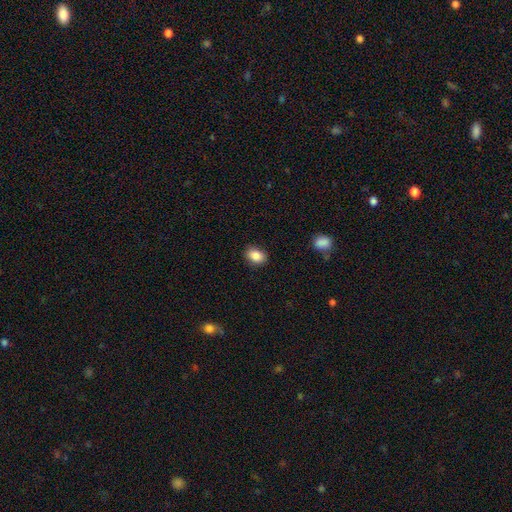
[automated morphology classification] A smooth galaxy with no disk features (87%) that is in between round and cigar-shaped (78%).

Vote fractions:
- Smooth or featured? smooth: 87% / star or artifact: 8% / featured or disk: 5%
- How rounded? in between: 78% / round: 21% / cigar-shaped: 1%
- Merging? none: 86% / minor disturbance: 11% / major disturbance: 2% / merger: 1%